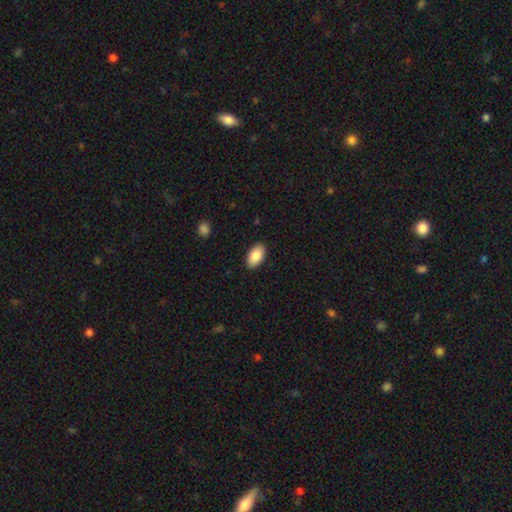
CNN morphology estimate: A smooth galaxy with no disk features (88%) that is in between round and cigar-shaped (95%).

Vote fractions:
- Smooth or featured? smooth: 88% / star or artifact: 6% / featured or disk: 6%
- How rounded? in between: 95% / round: 3% / cigar-shaped: 2%
- Merging? none: 89% / minor disturbance: 8% / major disturbance: 2% / merger: 1%